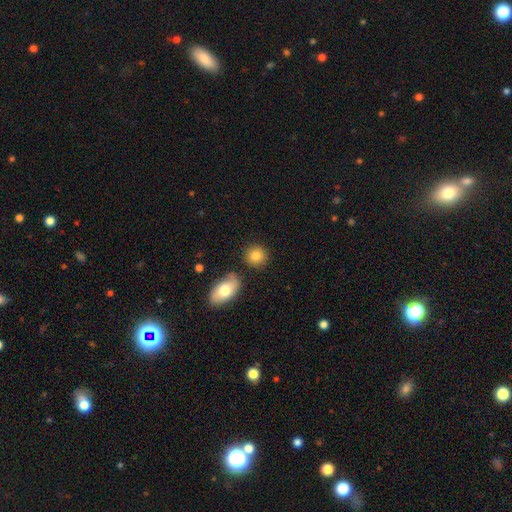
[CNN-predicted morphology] smooth-or-featured: smooth: 83% | star or artifact: 8% | featured or disk: 8%
  how-rounded: round: 80% | in between: 18% | cigar-shaped: 1%
  merging: none: 82% | minor disturbance: 9% | merger: 6% | major disturbance: 3%